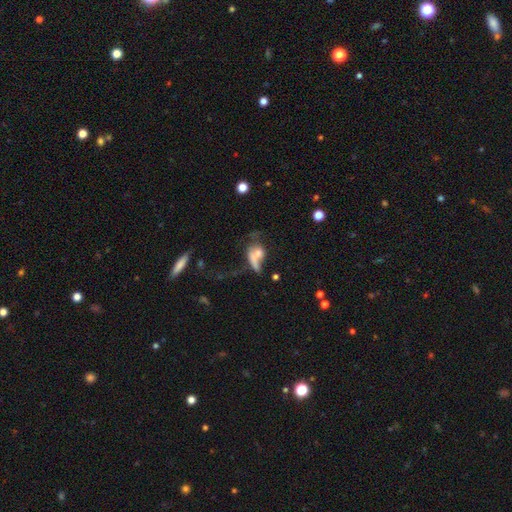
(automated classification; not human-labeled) The model was most divided on "merging": major disturbance: 35%, merger: 31%, none: 21%, minor disturbance: 13%. More confident: how rounded — in between (61%); smooth or featured — smooth (52%).